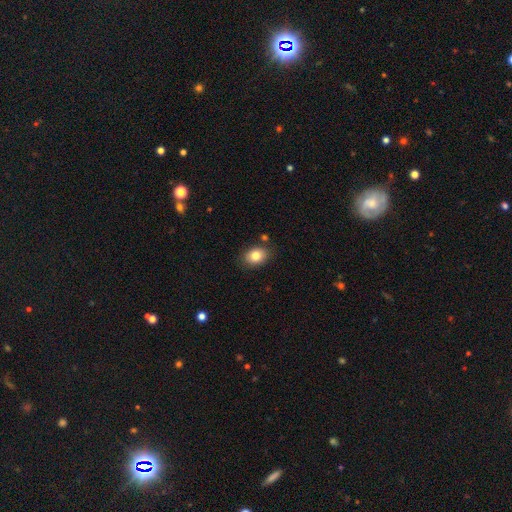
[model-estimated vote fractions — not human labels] The model was most divided on "how rounded": in between: 68%, round: 31%, cigar-shaped: 1%. More confident: merging — none (84%); smooth or featured — smooth (82%).